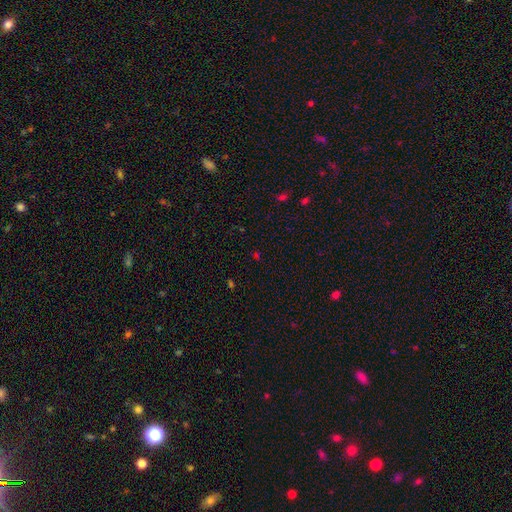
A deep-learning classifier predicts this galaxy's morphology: star or artifact 58%, smooth 35%, featured or disk 7%.